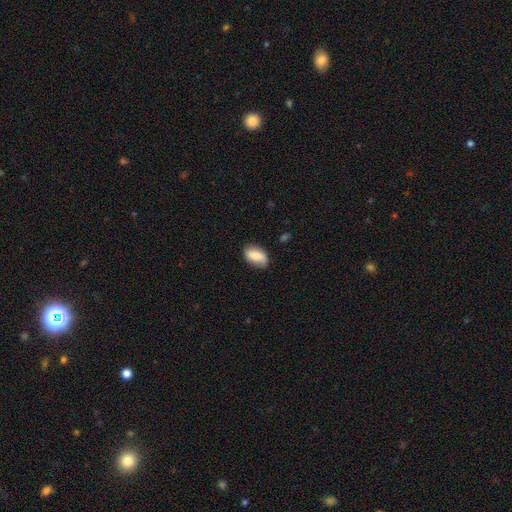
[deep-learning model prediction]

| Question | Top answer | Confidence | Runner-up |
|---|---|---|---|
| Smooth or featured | smooth | 75% | featured or disk (18%) |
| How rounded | in between | 90% | round (7%) |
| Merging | none | 75% | minor disturbance (19%) |